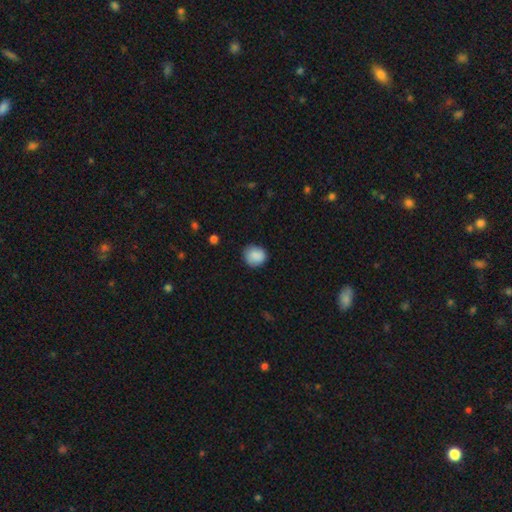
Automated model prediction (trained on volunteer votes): This appears to be a smooth galaxy with no disk features (87%) that is round (83%). Merging: none (80%).